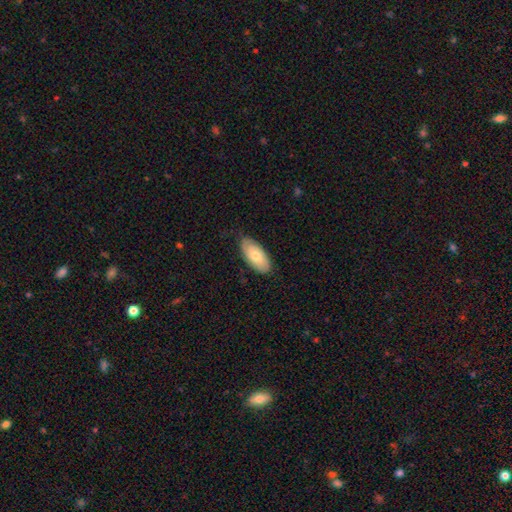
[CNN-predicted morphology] A smooth galaxy with no disk features (74%) that is in between round and cigar-shaped (92%). Merging: none (78%).